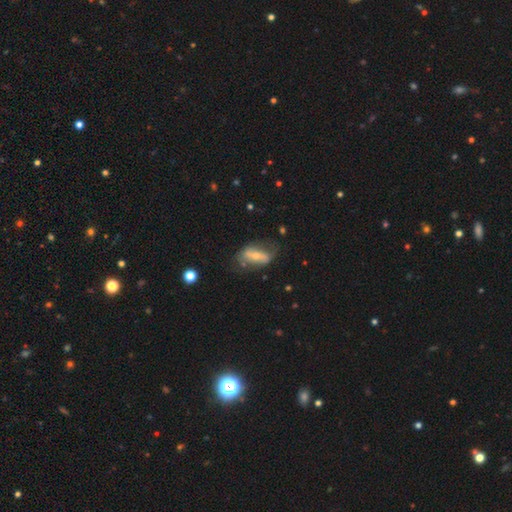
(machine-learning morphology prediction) Smooth or featured?
  - featured or disk: 61% *
  - smooth: 32%
  - star or artifact: 7%
Edge-on disk?
  - no: 82% *
  - yes: 18%
Merging?
  - none: 55% *
  - minor disturbance: 25%
  - major disturbance: 16%
  - merger: 4%